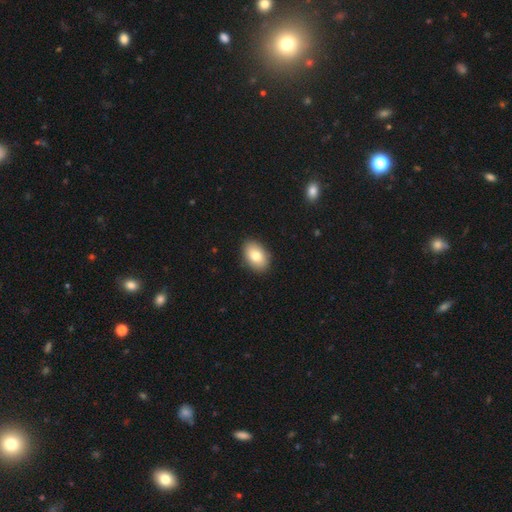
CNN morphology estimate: smooth 81%, featured or disk 12%, star or artifact 7%. Down the decision tree: how rounded — in between (87%); merging — none (89%).